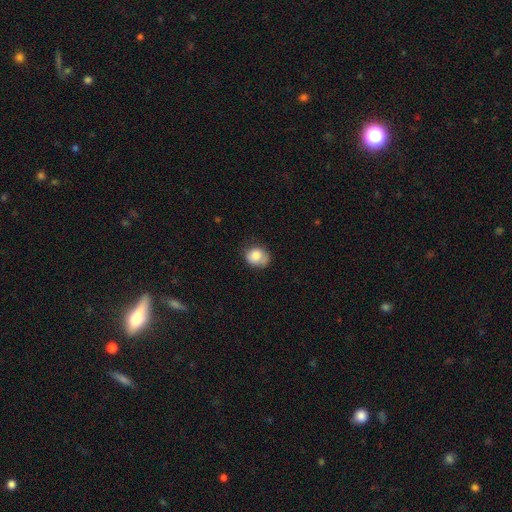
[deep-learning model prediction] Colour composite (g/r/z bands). It shows a smooth galaxy with no disk features (81%) that is round (59%). Merging: none (59%).